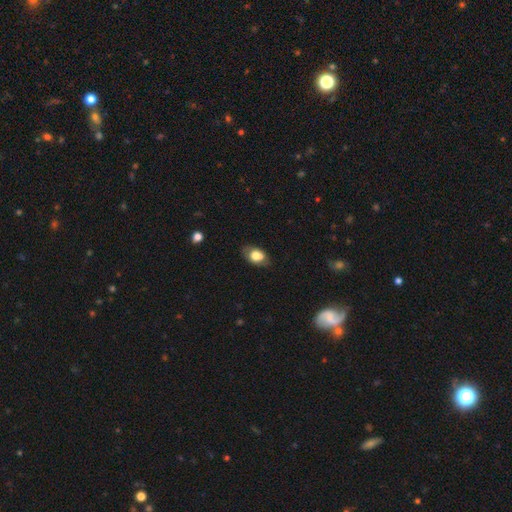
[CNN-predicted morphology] A smooth galaxy with no disk features (72%) that is in between round and cigar-shaped (86%).

Vote fractions:
- Smooth or featured? smooth: 72% / featured or disk: 20% / star or artifact: 8%
- How rounded? in between: 86% / round: 12% / cigar-shaped: 2%
- Merging? none: 69% / minor disturbance: 20% / merger: 6% / major disturbance: 5%